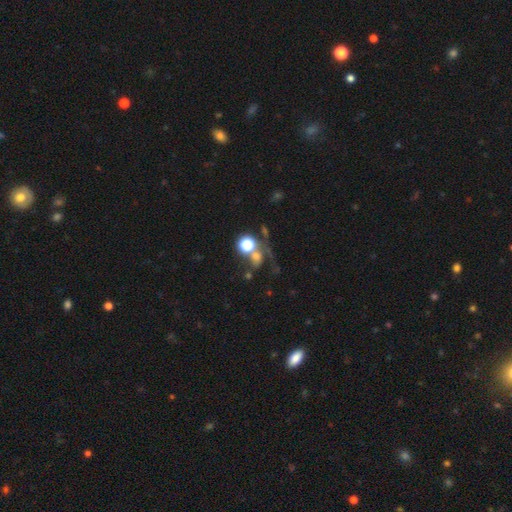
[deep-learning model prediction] smooth 52%, star or artifact 27%, featured or disk 21%. Down the decision tree: how rounded — round (76%); merging — none (36%).